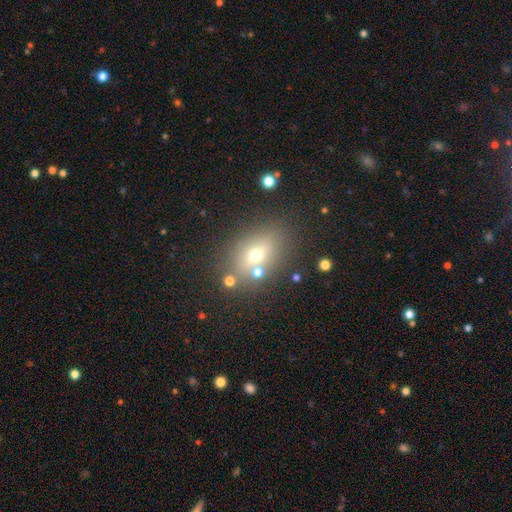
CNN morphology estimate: The model was most divided on "smooth or featured": smooth: 57%, featured or disk: 24%, star or artifact: 19%. More confident: merging — none (72%); how rounded — in between (67%).